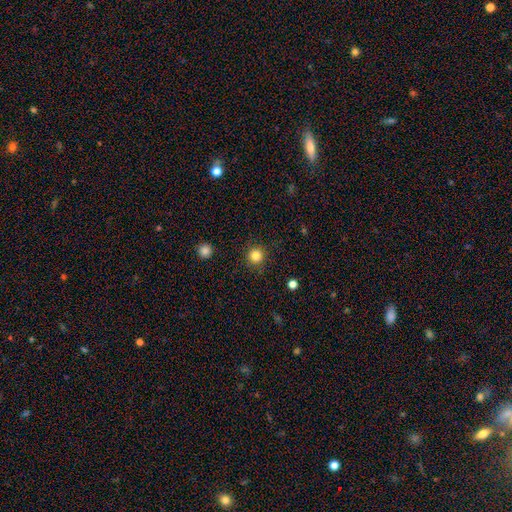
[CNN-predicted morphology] Overall: smooth (84%). How rounded: round (95%). Merging: none (91%).